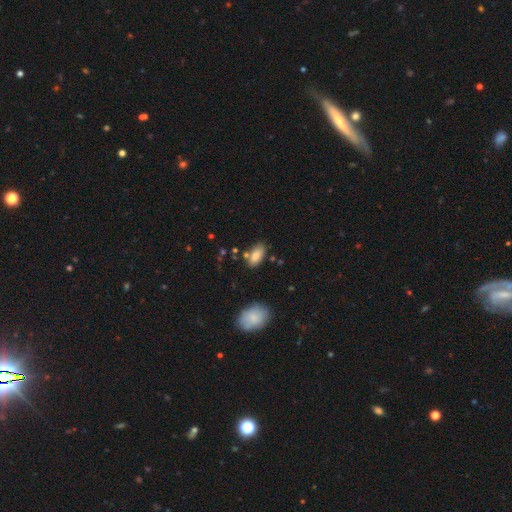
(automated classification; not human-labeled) The model was most divided on "merging": none: 74%, minor disturbance: 16%, merger: 7%, major disturbance: 3%. More confident: how rounded — in between (91%); smooth or featured — smooth (84%).